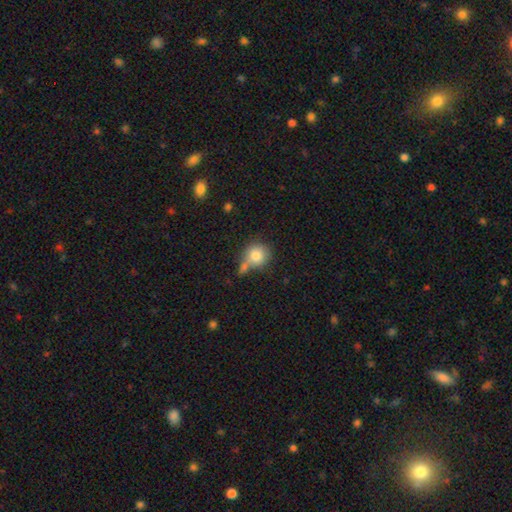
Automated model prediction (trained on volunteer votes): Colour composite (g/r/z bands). It shows a smooth galaxy with no disk features (80%) that is round (86%). Merging: none (50%).